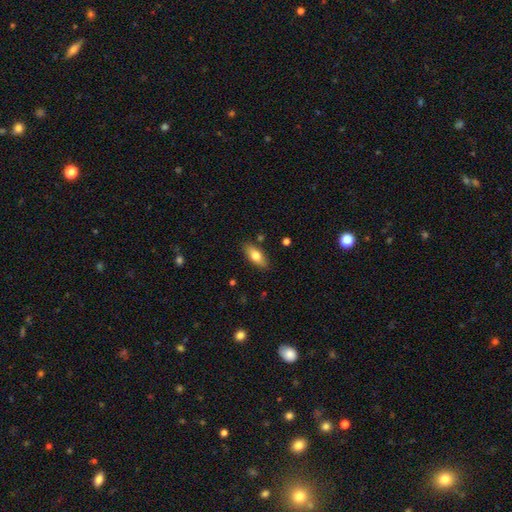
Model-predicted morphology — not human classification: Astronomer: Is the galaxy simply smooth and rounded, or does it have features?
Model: smooth — 73%.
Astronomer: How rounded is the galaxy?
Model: in between — 78%.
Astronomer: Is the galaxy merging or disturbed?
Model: none — 85%.